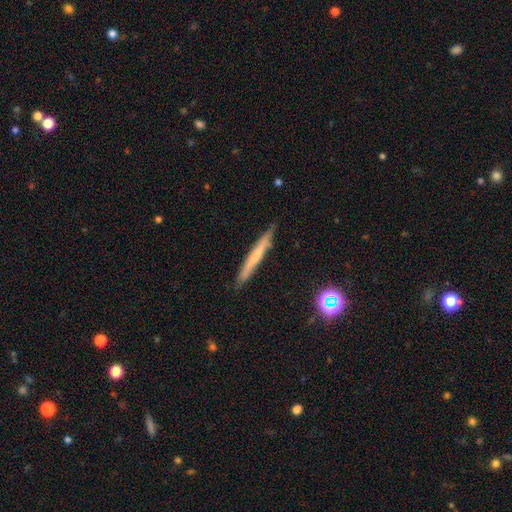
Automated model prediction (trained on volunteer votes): A smooth galaxy with no disk features (52%) that is cigar-shaped (96%). Merging: none (86%).